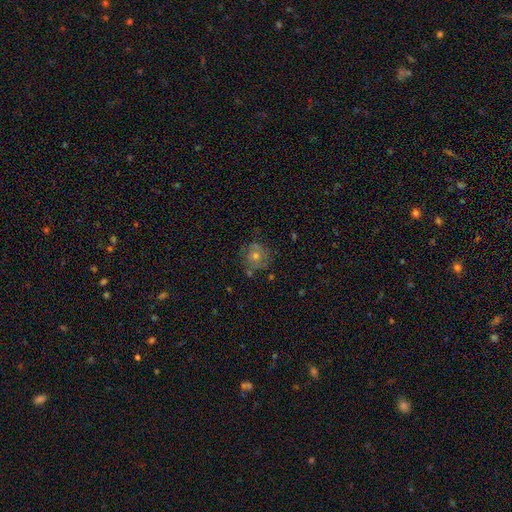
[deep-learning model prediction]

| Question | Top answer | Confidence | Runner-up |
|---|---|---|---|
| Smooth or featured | featured or disk | 42% | smooth (38%) |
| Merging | none | 74% | minor disturbance (16%) |